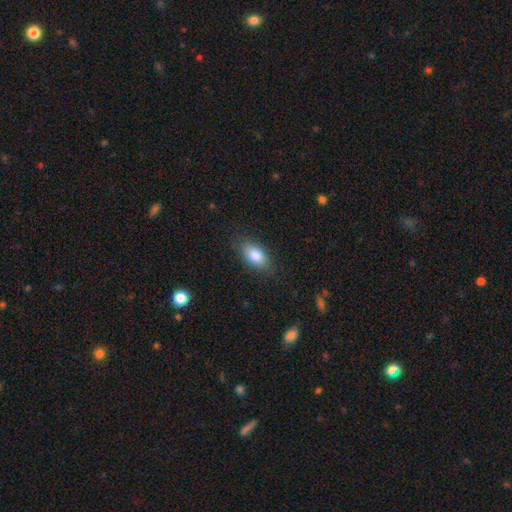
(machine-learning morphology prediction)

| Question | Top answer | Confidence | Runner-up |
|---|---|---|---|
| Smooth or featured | smooth | 83% | featured or disk (10%) |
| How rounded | in between | 88% | round (8%) |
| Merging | none | 82% | minor disturbance (13%) |